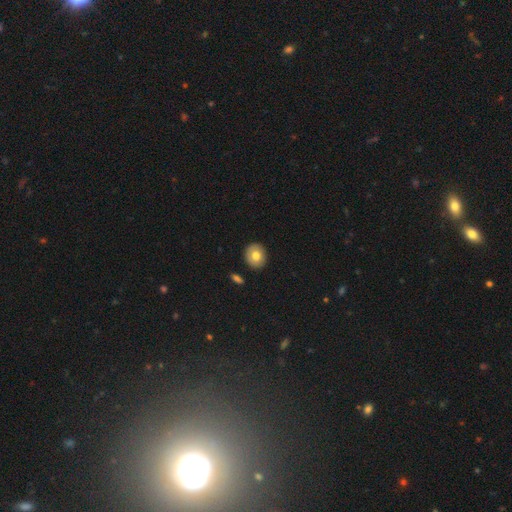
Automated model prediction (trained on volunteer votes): Q: Smooth or featured?
A: smooth (76%); runner-up: featured or disk (16%)
Q: How rounded?
A: round (76%); runner-up: in between (23%)
Q: Merging?
A: none (89%); runner-up: minor disturbance (7%)